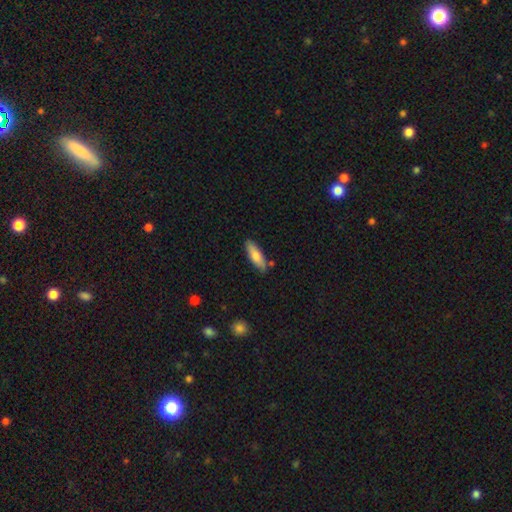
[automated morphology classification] A smooth galaxy with no disk features (76%) that is cigar-shaped (50%). Merging: none (80%).